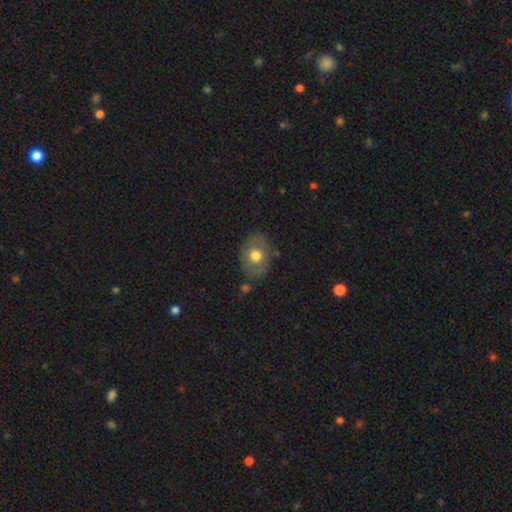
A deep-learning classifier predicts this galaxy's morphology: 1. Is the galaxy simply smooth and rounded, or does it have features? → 63% smooth, 29% featured or disk, 8% star or artifact.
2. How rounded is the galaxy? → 64% in between, 35% round, 1% cigar-shaped.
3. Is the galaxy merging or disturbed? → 73% none, 17% minor disturbance, 5% major disturbance, 4% merger.